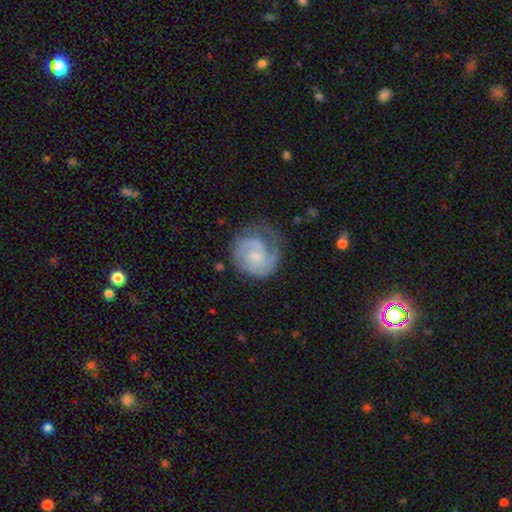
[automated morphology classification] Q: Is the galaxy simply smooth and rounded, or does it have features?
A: featured or disk — 77%.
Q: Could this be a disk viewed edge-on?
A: no — 98%.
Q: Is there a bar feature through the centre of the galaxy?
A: no — 55%.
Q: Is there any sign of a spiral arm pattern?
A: yes — 94%.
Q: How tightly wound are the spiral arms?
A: tight — 51%.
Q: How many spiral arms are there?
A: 2 — 50%.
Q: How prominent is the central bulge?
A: small — 64%.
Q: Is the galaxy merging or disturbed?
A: none — 60%.